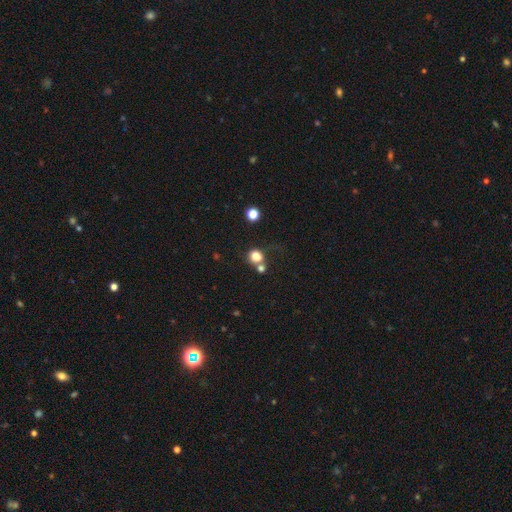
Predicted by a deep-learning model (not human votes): Smooth or featured? smooth (79%)
How rounded? round (77%)
Merging? none (49%)